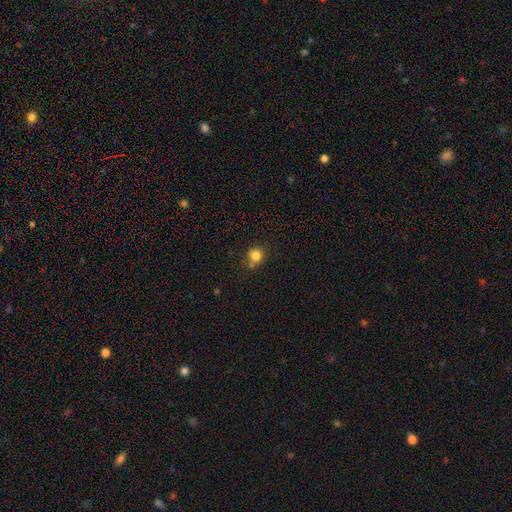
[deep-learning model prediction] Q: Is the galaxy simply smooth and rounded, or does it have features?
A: smooth — 82%.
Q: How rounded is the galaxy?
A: round — 87%.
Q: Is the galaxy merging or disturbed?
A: none — 68%.